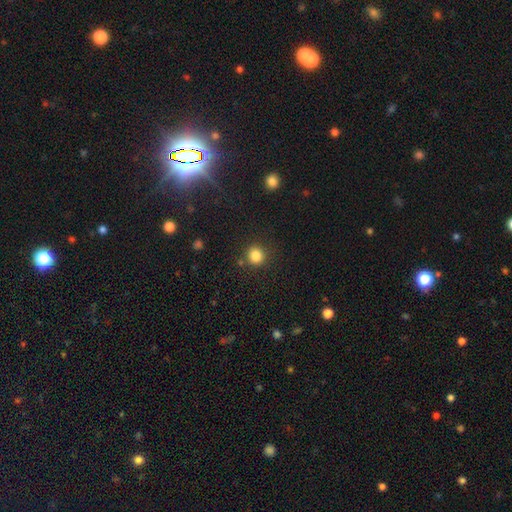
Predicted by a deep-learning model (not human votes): Smooth or featured: smooth — 84% (star or artifact — 12%)
How rounded: round — 89% (in between — 10%)
Merging: none — 85% (minor disturbance — 8%)